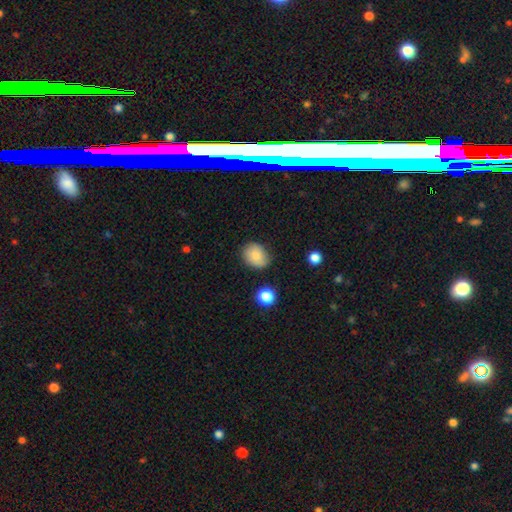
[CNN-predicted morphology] A smooth galaxy with no disk features (84%) that is in between round and cigar-shaped (55%). Merging: none (75%).